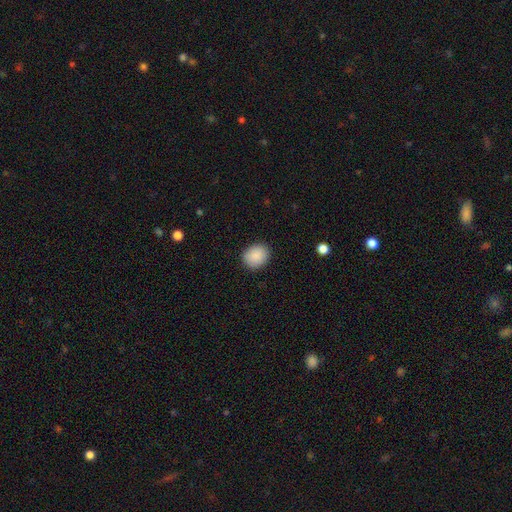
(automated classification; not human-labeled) smooth 89%, star or artifact 8%, featured or disk 3%. Down the decision tree: how rounded — round (55%); merging — none (89%).